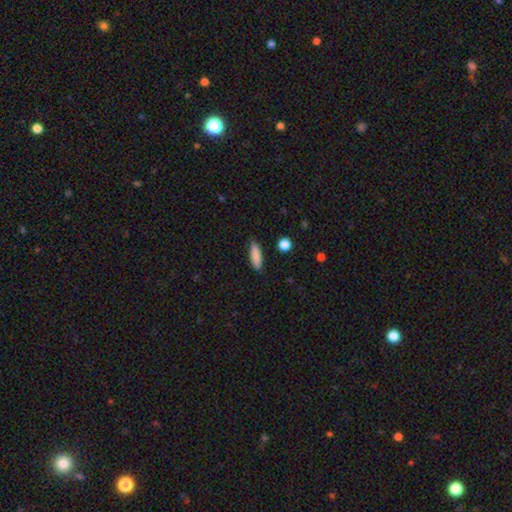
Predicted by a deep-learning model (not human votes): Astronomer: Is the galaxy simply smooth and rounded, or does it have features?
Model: smooth — 87%.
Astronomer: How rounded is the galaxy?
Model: cigar-shaped — 55% (runner-up: in between, 42%).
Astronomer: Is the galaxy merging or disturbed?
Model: none — 87%.